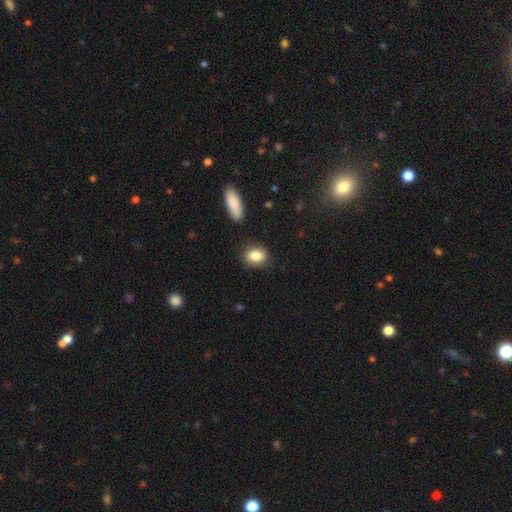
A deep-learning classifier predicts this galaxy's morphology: smooth-or-featured: smooth: 85% | star or artifact: 8% | featured or disk: 7%
  how-rounded: in between: 68% | round: 30% | cigar-shaped: 2%
  merging: none: 84% | minor disturbance: 11% | major disturbance: 3% | merger: 2%